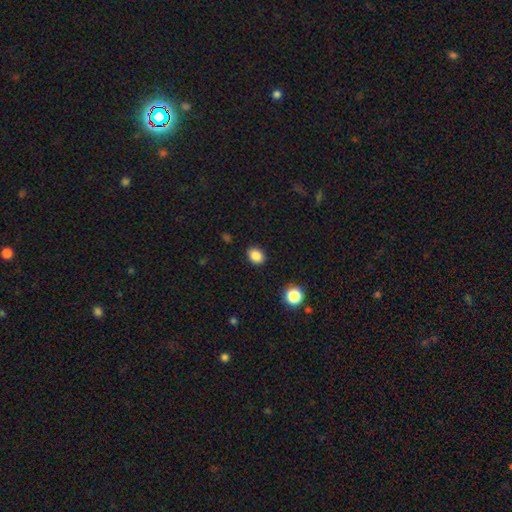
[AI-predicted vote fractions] This appears to be a smooth galaxy with no disk features (86%) that is in between round and cigar-shaped (55%). Merging: none (88%).